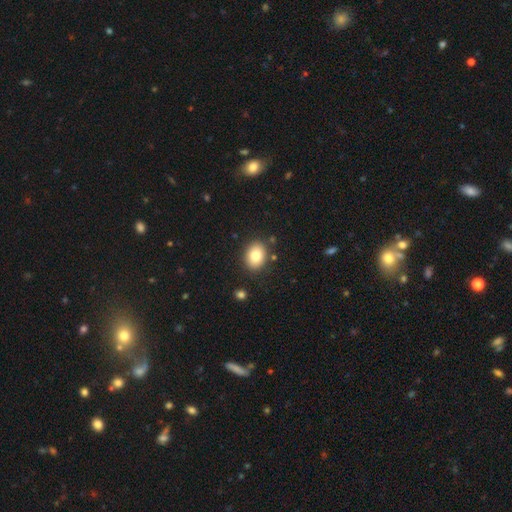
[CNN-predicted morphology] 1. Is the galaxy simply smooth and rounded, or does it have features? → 81% smooth, 10% featured or disk, 9% star or artifact.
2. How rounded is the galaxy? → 64% in between, 35% round, 1% cigar-shaped.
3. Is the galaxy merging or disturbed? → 87% none, 9% minor disturbance, 2% major disturbance, 2% merger.